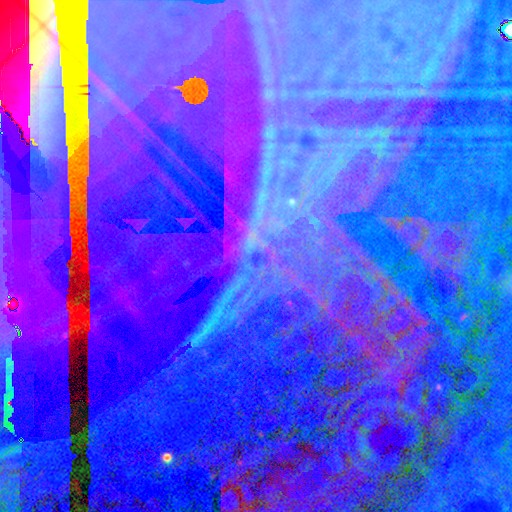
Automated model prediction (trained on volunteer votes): This is clearly a star or artifact rather than a galaxy (89%).